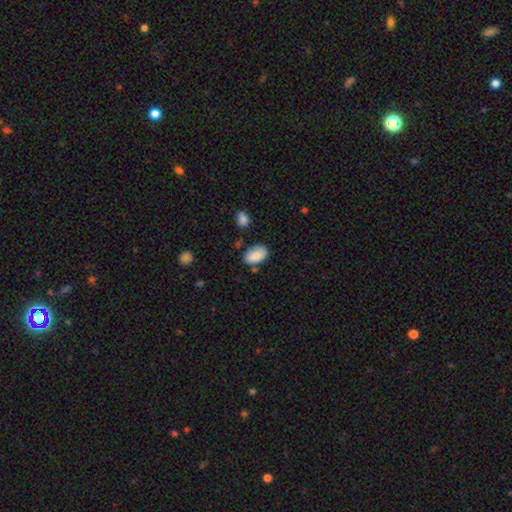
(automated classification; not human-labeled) The model was most divided on "merging": none: 69%, minor disturbance: 21%, merger: 6%, major disturbance: 5%. More confident: how rounded — in between (92%); smooth or featured — smooth (86%).